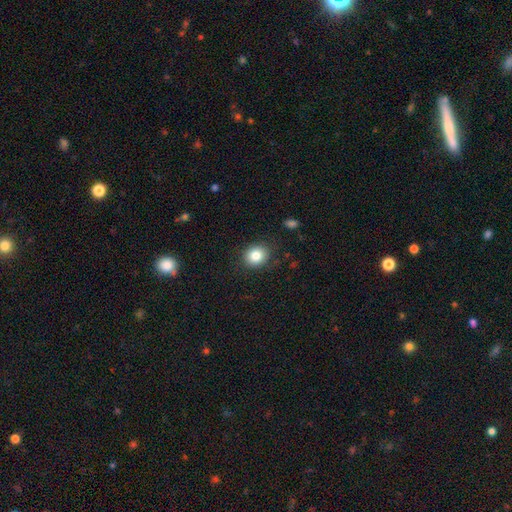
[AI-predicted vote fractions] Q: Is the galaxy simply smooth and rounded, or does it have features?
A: smooth — 83%.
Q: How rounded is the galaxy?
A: round — 74%.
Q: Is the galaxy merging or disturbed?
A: none — 87%.